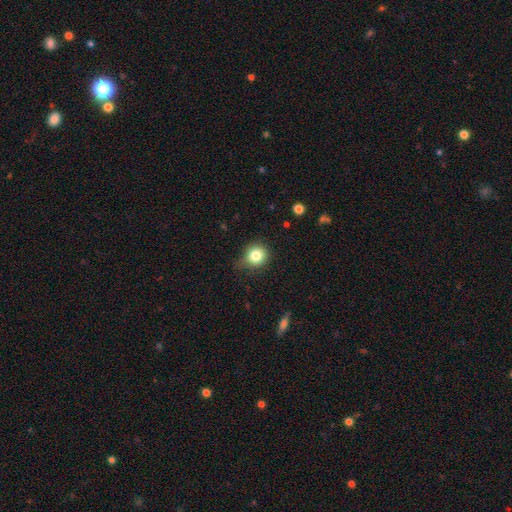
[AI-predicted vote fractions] The model was most divided on "merging": none: 64%, minor disturbance: 28%, major disturbance: 6%, merger: 2%. More confident: how rounded — round (88%); smooth or featured — smooth (81%).